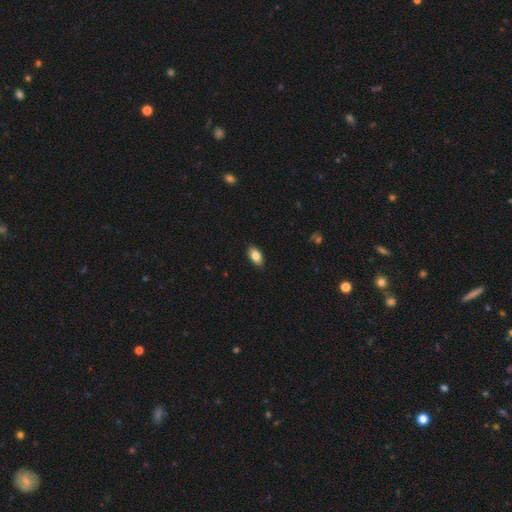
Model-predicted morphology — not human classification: Smooth or featured?
  - smooth: 83% *
  - featured or disk: 9%
  - star or artifact: 7%
How rounded?
  - in between: 92% *
  - round: 4%
  - cigar-shaped: 3%
Merging?
  - none: 88% *
  - minor disturbance: 10%
  - major disturbance: 2%
  - merger: 1%